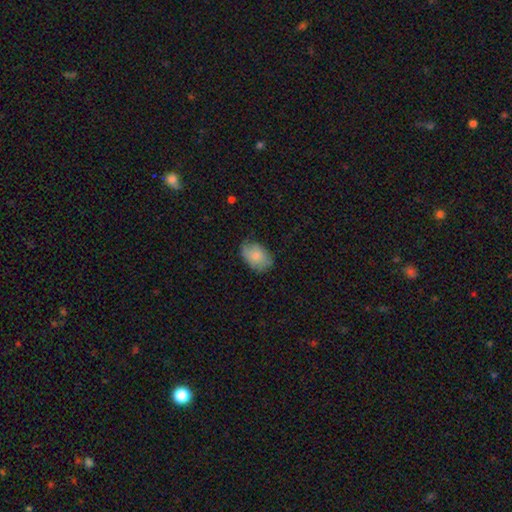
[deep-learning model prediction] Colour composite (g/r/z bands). It shows a smooth galaxy with no disk features (77%) that is in between round and cigar-shaped (84%). Merging: none (67%).